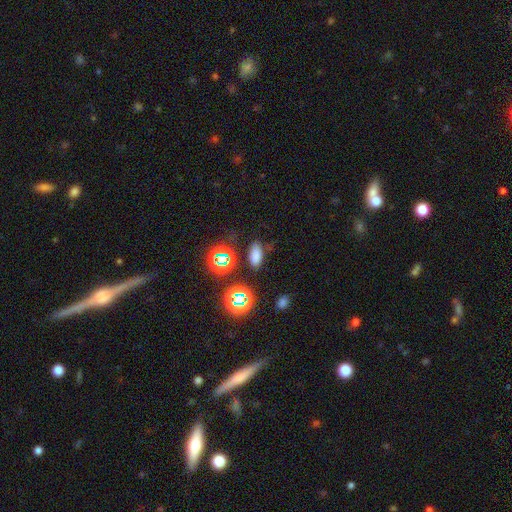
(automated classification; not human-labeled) smooth 72%, star or artifact 21%, featured or disk 6%. Down the decision tree: how rounded — in between (88%); merging — none (82%).